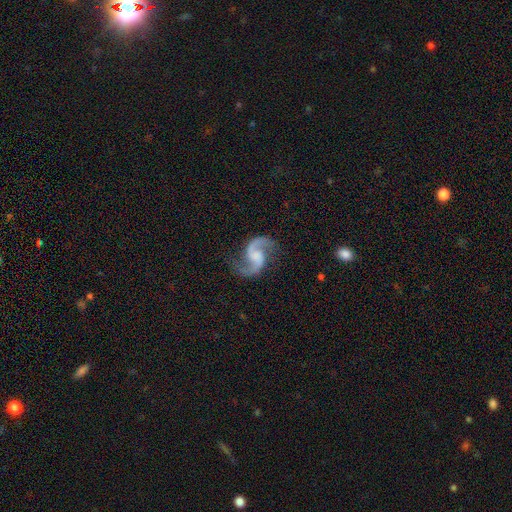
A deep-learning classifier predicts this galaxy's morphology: smooth_or_featured: featured or disk (p=0.92) [alt: star or artifact p=0.04]
disk_edge_on: no (p=0.98) [alt: yes p=0.02]
bar: no (p=0.48) [alt: weak p=0.41]
has_spiral_arms: yes (p=0.98) [alt: no p=0.02]
spiral_winding: loose (p=0.55) [alt: medium p=0.40]
spiral_arm_count: 2 (p=0.95) [alt: 1 p=0.01]
bulge_size: none (p=0.47) [alt: small p=0.22]
merging: none (p=0.79) [alt: minor disturbance p=0.13]